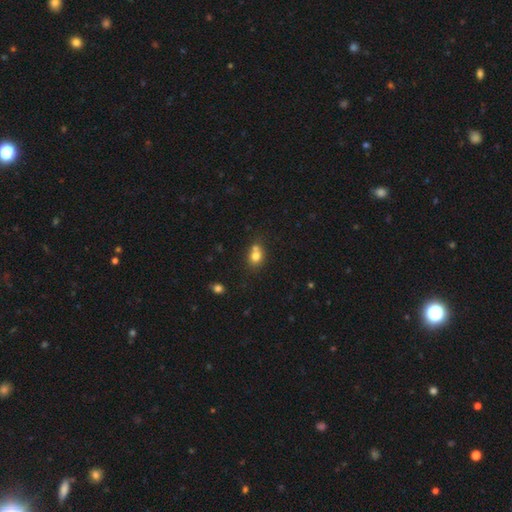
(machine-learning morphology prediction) smooth-or-featured: smooth: 75% | featured or disk: 12% | star or artifact: 12%
  how-rounded: round: 64% | in between: 34% | cigar-shaped: 1%
  merging: none: 44% | merger: 42% | minor disturbance: 11% | major disturbance: 4%